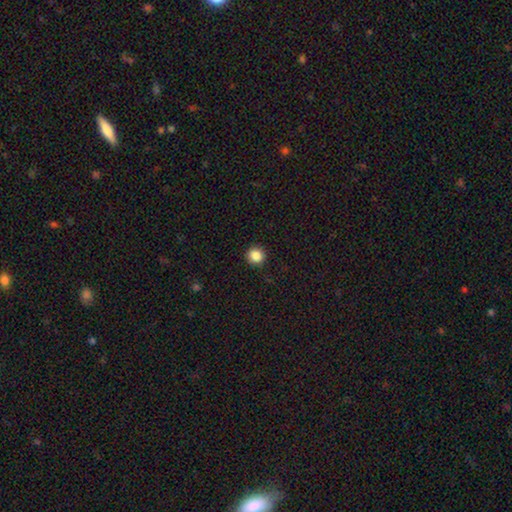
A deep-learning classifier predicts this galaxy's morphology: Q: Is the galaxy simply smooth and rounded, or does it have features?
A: smooth — 86%.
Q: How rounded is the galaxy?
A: round — 93%.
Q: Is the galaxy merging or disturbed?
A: none — 92%.